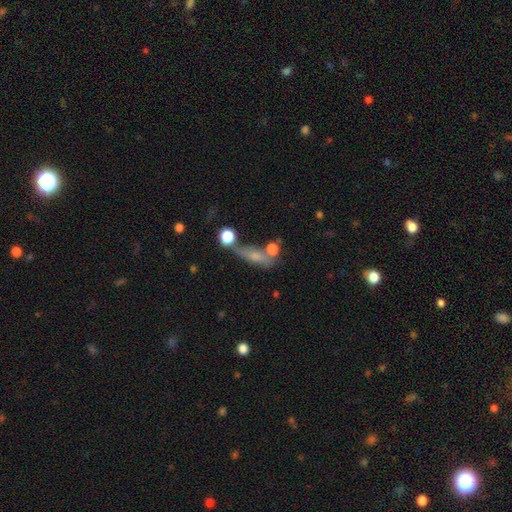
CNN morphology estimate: A smooth galaxy with no disk features (55%) that is cigar-shaped (47%). Merging: none (44%).